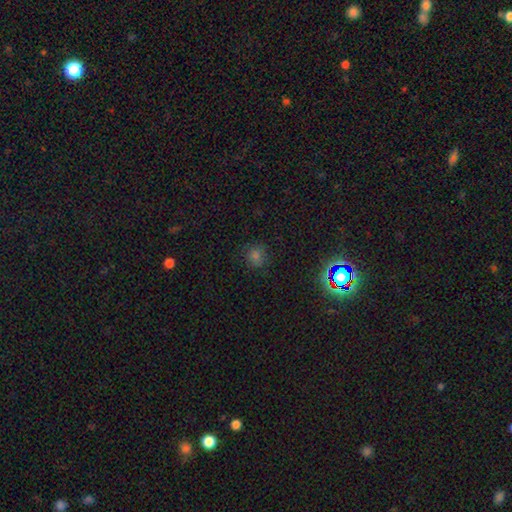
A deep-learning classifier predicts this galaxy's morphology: A smooth galaxy with no disk features (65%) that is round (89%).

Vote fractions:
- Smooth or featured? smooth: 65% / star or artifact: 28% / featured or disk: 7%
- How rounded? round: 89% / in between: 10% / cigar-shaped: 1%
- Merging? none: 84% / minor disturbance: 11% / major disturbance: 3% / merger: 1%